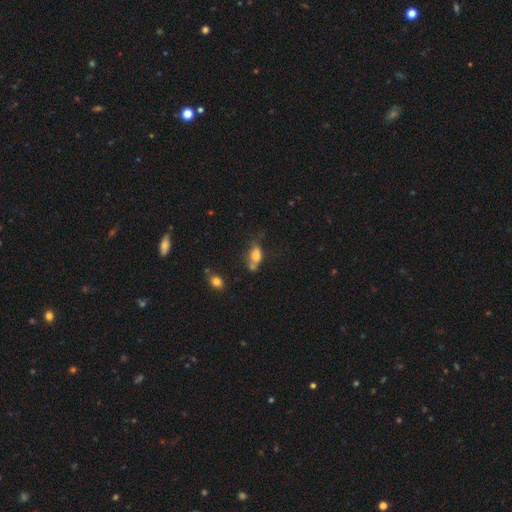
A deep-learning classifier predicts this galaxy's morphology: A smooth galaxy with no disk features (70%) that is in between round and cigar-shaped (80%). Merging: none (36%).